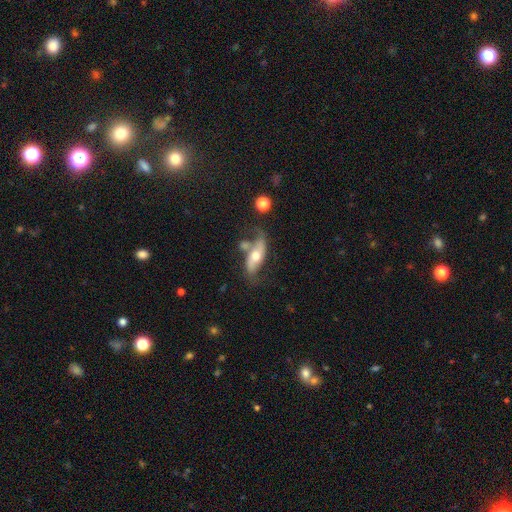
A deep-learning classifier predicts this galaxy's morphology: Q: Smooth or featured?
A: featured or disk (60%); runner-up: smooth (33%)
Q: Edge-on disk?
A: no (79%); runner-up: yes (21%)
Q: Merging?
A: none (44%); runner-up: minor disturbance (22%)